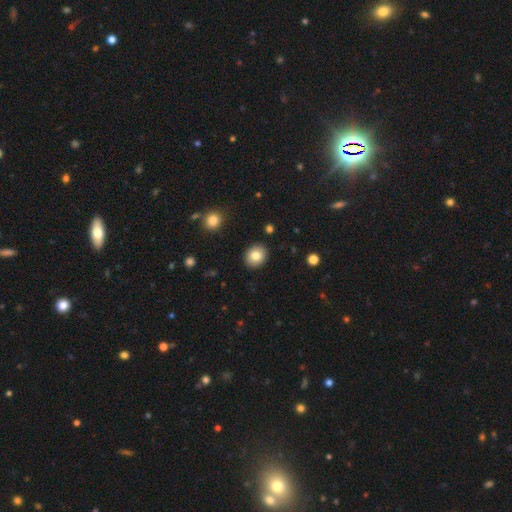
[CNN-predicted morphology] type=smooth (81%); roundness=round (66%); merging=none (90%).